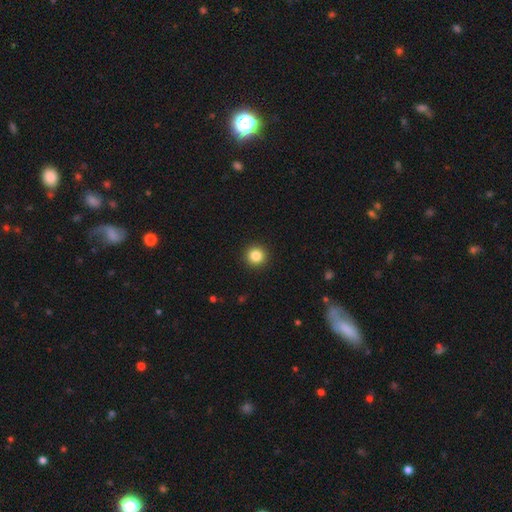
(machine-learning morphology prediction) Smooth or featured? smooth (85%)
How rounded? round (96%)
Merging? none (93%)